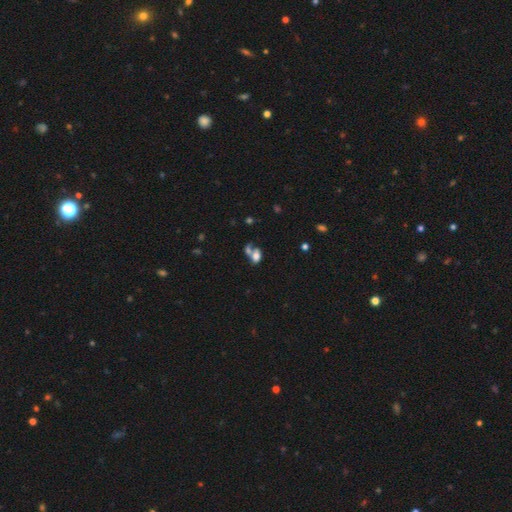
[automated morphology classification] smooth-or-featured: smooth: 69% | featured or disk: 18% | star or artifact: 13%
  how-rounded: in between: 81% | round: 16% | cigar-shaped: 3%
  merging: merger: 58% | none: 24% | major disturbance: 9% | minor disturbance: 9%